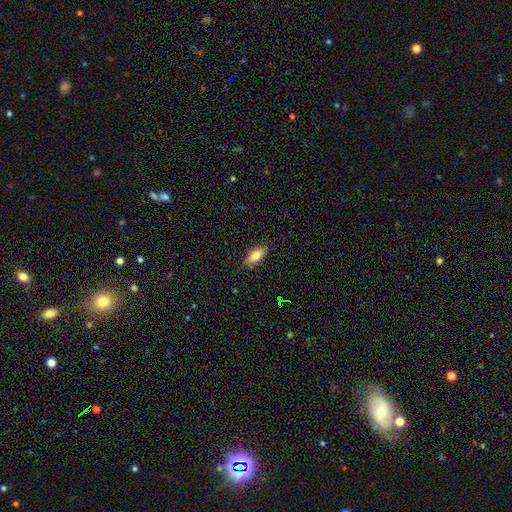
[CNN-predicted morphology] type=smooth (76%); roundness=in between (82%); merging=none (83%).